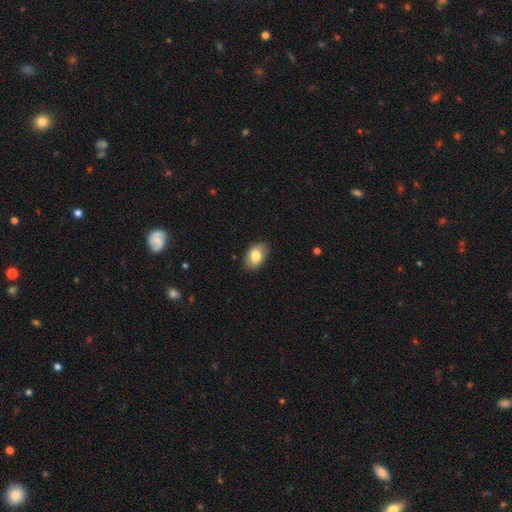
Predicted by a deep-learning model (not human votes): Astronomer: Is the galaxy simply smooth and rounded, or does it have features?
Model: smooth — 80%.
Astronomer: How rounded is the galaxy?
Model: in between — 87%.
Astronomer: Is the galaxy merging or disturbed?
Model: none — 85%.